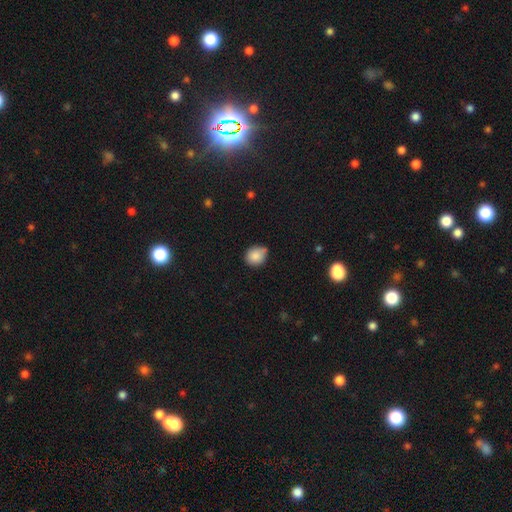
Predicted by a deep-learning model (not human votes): smooth 85%, star or artifact 9%, featured or disk 6%. Down the decision tree: how rounded — round (71%); merging — none (59%).